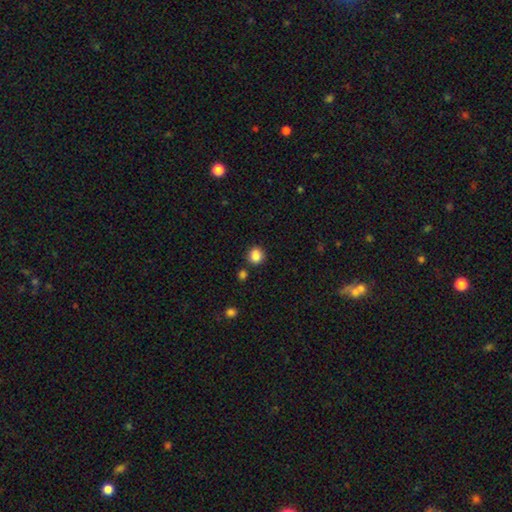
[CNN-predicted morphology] type=smooth (86%); roundness=round (78%); merging=none (79%).